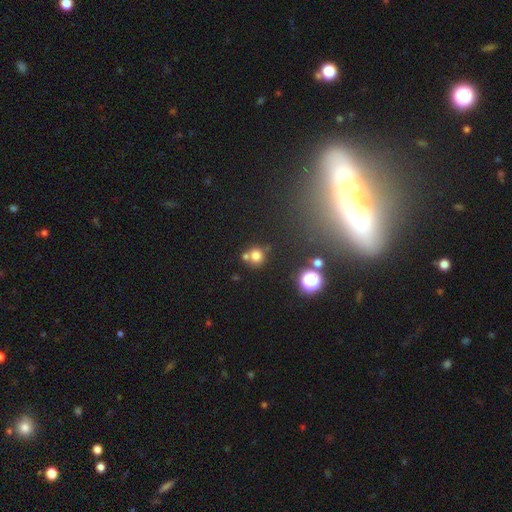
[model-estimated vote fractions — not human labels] Smooth or featured: smooth — 73% (star or artifact — 18%)
How rounded: round — 89% (in between — 10%)
Merging: none — 56% (merger — 31%)